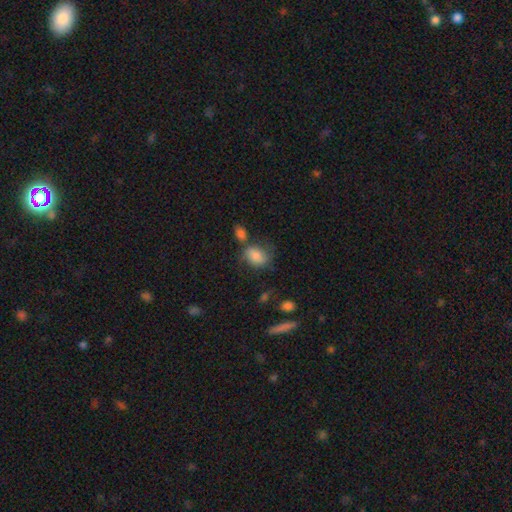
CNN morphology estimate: Smooth or featured?
  - smooth: 76% *
  - featured or disk: 15%
  - star or artifact: 9%
How rounded?
  - in between: 64% *
  - round: 35%
  - cigar-shaped: 1%
Merging?
  - none: 46% *
  - minor disturbance: 22%
  - merger: 20%
  - major disturbance: 12%